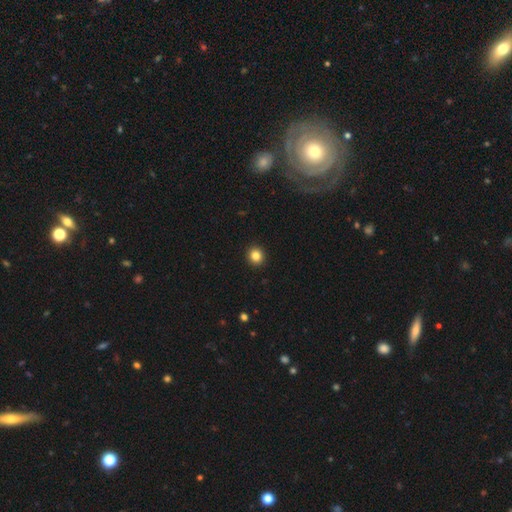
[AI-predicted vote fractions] smooth-or-featured: smooth: 84% | star or artifact: 11% | featured or disk: 5%
  how-rounded: round: 89% | in between: 10% | cigar-shaped: 1%
  merging: none: 93% | minor disturbance: 4% | major disturbance: 1% | merger: 1%